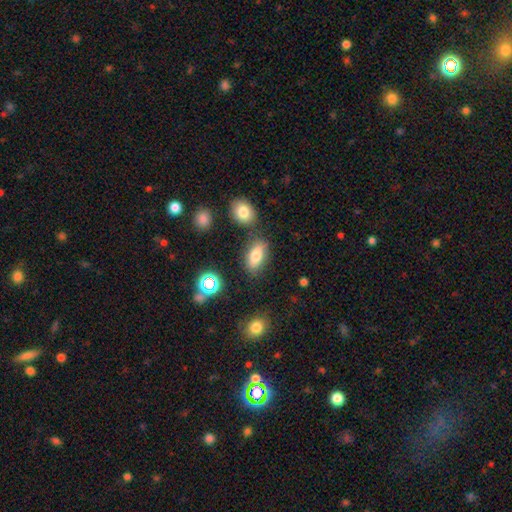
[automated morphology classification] smooth-or-featured: smooth: 73% | featured or disk: 14% | star or artifact: 13%
  how-rounded: in between: 86% | round: 8% | cigar-shaped: 6%
  merging: none: 74% | minor disturbance: 14% | merger: 8% | major disturbance: 4%